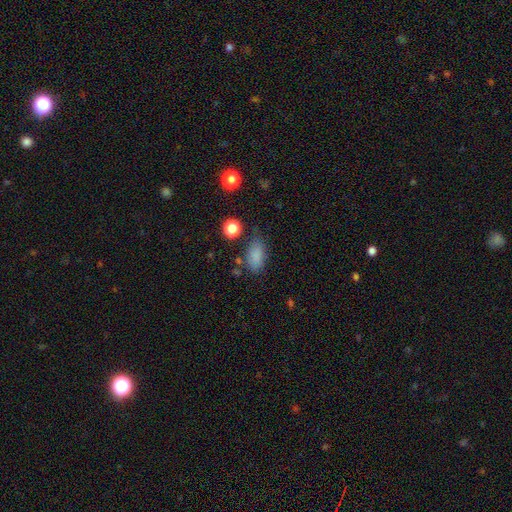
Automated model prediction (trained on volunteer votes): Smooth or featured?
  - smooth: 83% *
  - star or artifact: 12%
  - featured or disk: 6%
How rounded?
  - in between: 87% *
  - round: 7%
  - cigar-shaped: 6%
Merging?
  - none: 69% *
  - minor disturbance: 21%
  - major disturbance: 7%
  - merger: 4%